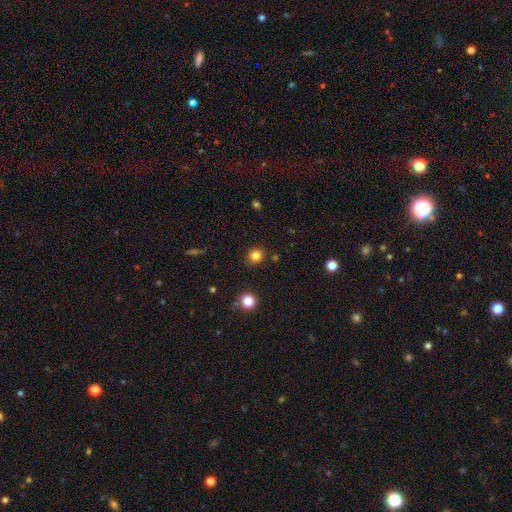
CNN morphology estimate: This appears to be a smooth galaxy with no disk features (82%) that is round (89%). Merging: none (89%).